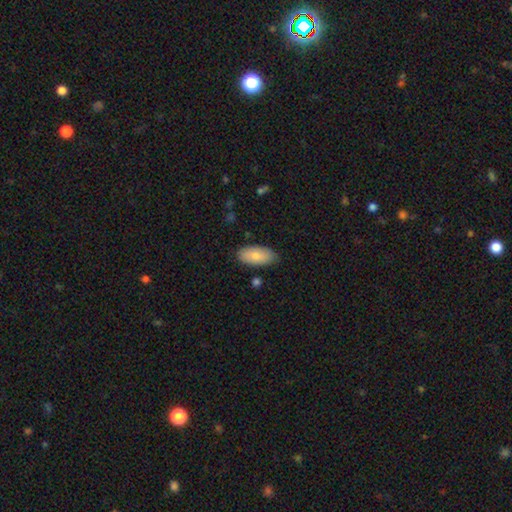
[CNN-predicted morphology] Smooth or featured?
  - smooth: 79% *
  - featured or disk: 15%
  - star or artifact: 6%
How rounded?
  - in between: 93% *
  - cigar-shaped: 5%
  - round: 2%
Merging?
  - none: 82% *
  - minor disturbance: 14%
  - major disturbance: 2%
  - merger: 2%